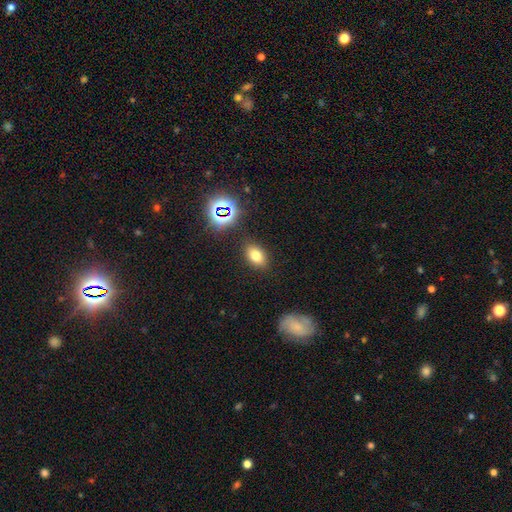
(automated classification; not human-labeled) This is likely a smooth galaxy (73%). How rounded: clearly in between (82%). Merging: clearly none (86%).